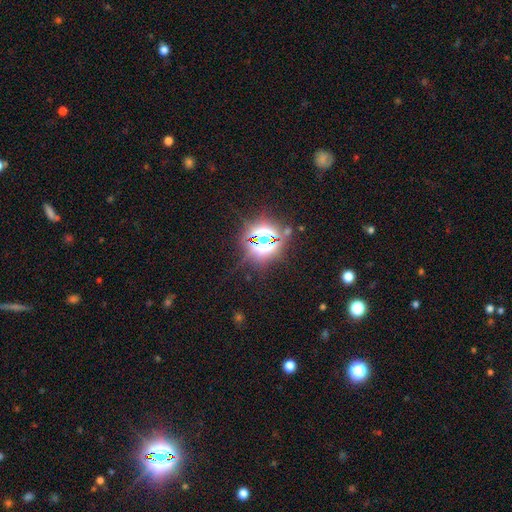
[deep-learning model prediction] Smooth or featured?
  - star or artifact: 78% *
  - smooth: 17%
  - featured or disk: 5%